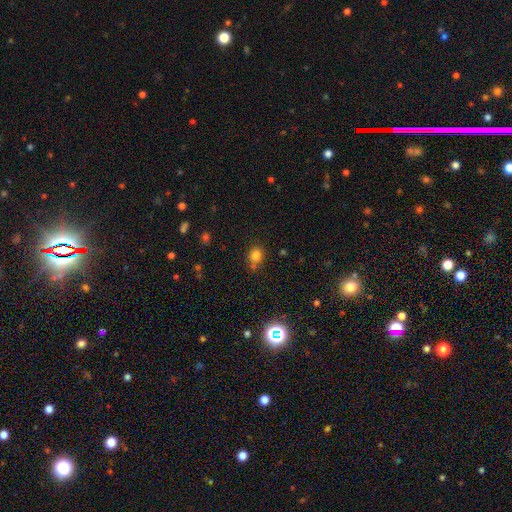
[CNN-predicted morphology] The model was most divided on "how rounded": round: 69%, in between: 29%, cigar-shaped: 1%. More confident: smooth or featured — smooth (79%); merging — none (64%).